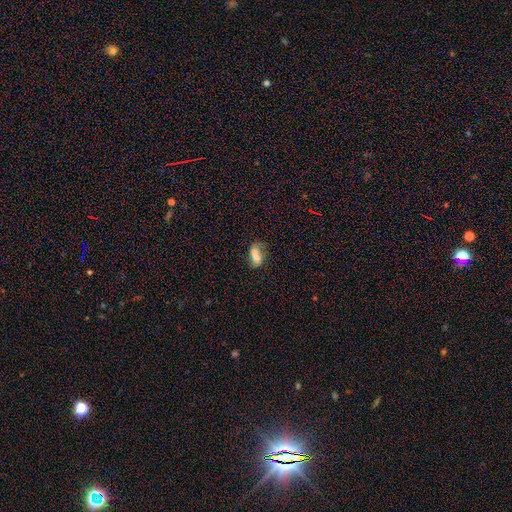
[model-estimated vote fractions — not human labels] Q: Smooth or featured?
A: smooth (63%); runner-up: featured or disk (26%)
Q: How rounded?
A: in between (82%); runner-up: round (11%)
Q: Merging?
A: none (38%); runner-up: merger (29%)